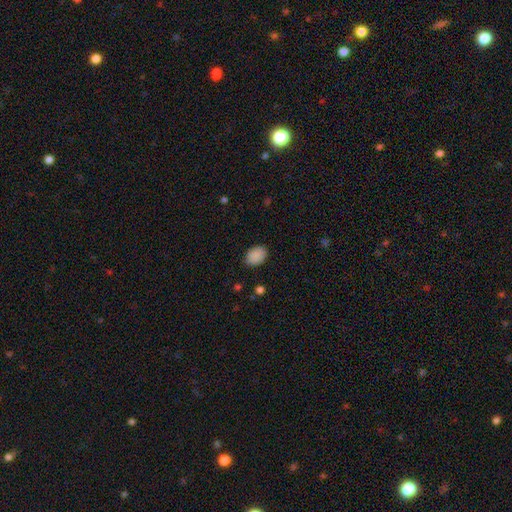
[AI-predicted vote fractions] smooth-or-featured: smooth: 89% | star or artifact: 8% | featured or disk: 3%
  how-rounded: in between: 78% | round: 21% | cigar-shaped: 1%
  merging: none: 86% | minor disturbance: 11% | major disturbance: 3% | merger: 1%